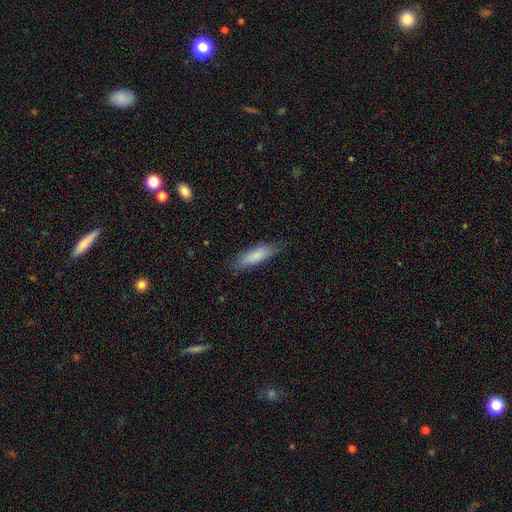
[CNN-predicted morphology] type=smooth (82%); roundness=cigar-shaped (55%); merging=none (79%).